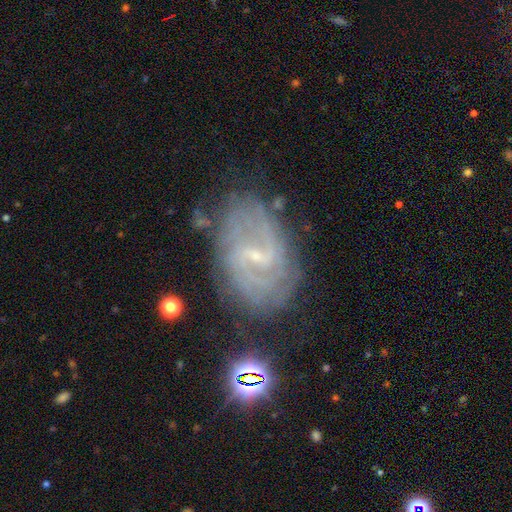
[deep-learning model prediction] The model was most divided on "spiral winding": tight: 43%, medium: 39%, loose: 17%. Remaining: edge-on disk — no (96%); spiral arms — yes (91%); smooth or featured — featured or disk (81%); bulge size — small (78%); merging — none (72%); bar — weak (59%); spiral arm count — 2 (41%).